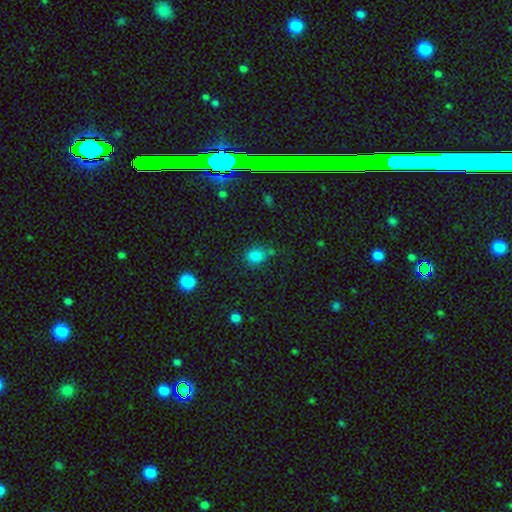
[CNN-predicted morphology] Smooth or featured? smooth (80%)
How rounded? round (55%)
Merging? none (67%)